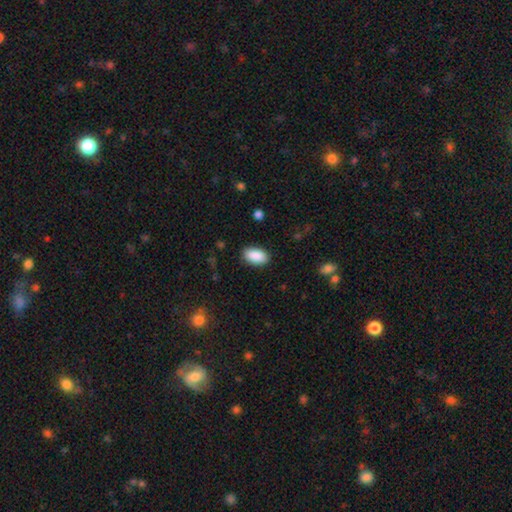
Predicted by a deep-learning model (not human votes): Q: Smooth or featured?
A: smooth (90%); runner-up: star or artifact (6%)
Q: How rounded?
A: in between (94%); runner-up: round (4%)
Q: Merging?
A: none (87%); runner-up: minor disturbance (9%)